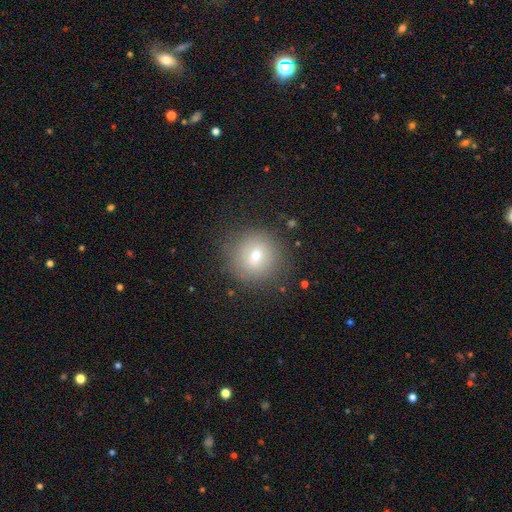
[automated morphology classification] This appears to be a smooth galaxy with no disk features (70%) that is round (92%). Merging: none (84%).